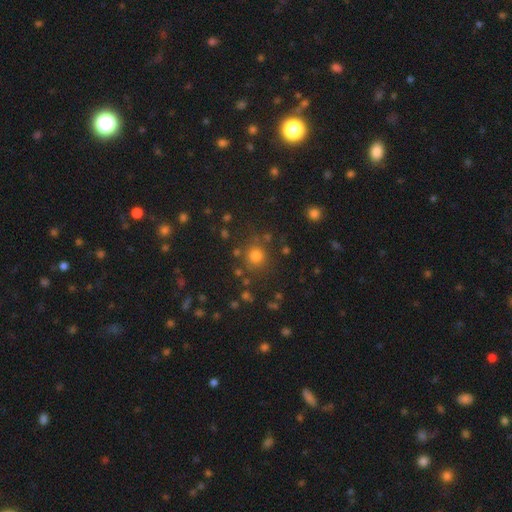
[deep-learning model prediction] smooth 74%, star or artifact 20%, featured or disk 6%. Down the decision tree: how rounded — round (91%); merging — none (82%).